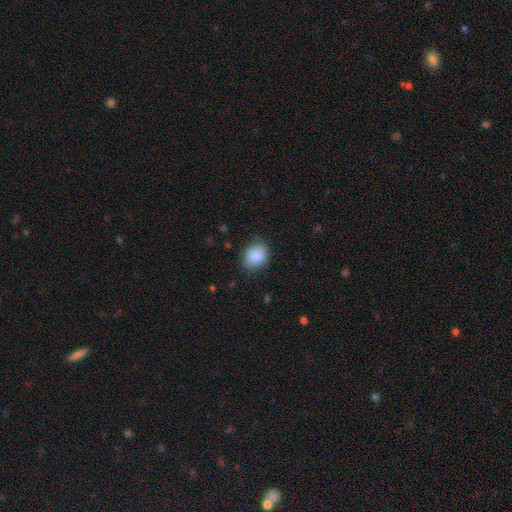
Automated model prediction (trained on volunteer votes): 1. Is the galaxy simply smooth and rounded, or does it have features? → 89% smooth, 8% star or artifact, 4% featured or disk.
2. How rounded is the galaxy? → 50% in between, 49% round, 1% cigar-shaped.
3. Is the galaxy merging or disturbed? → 79% none, 16% minor disturbance, 4% major disturbance, 1% merger.